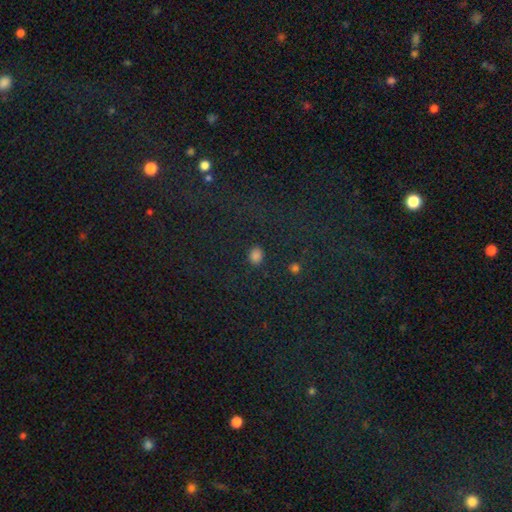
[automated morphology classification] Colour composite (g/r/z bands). It shows a smooth galaxy with no disk features (80%) that is in between round and cigar-shaped (52%). Merging: none (87%).